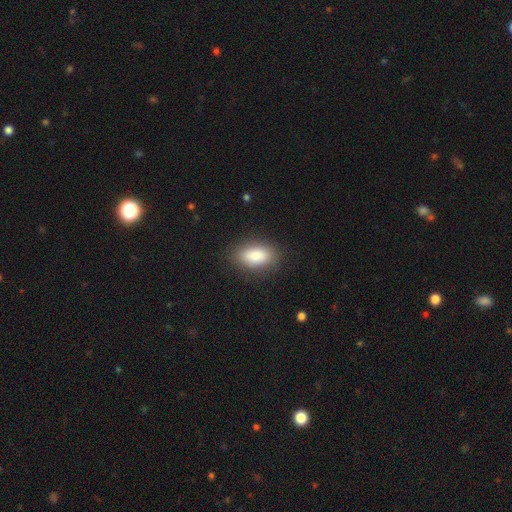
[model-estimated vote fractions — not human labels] Smooth or featured? smooth (86%)
How rounded? in between (91%)
Merging? none (85%)